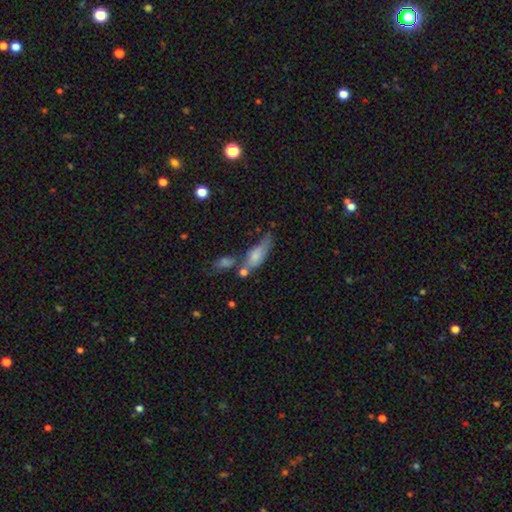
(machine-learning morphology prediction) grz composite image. It shows a smooth galaxy with no disk features (66%) that is in between round and cigar-shaped (59%). Merging: none (33%).